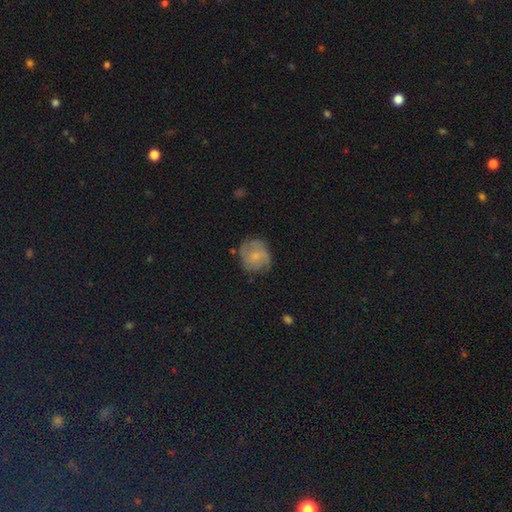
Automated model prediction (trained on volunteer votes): This appears to be a smooth galaxy with no disk features (49%). Merging: none (61%).